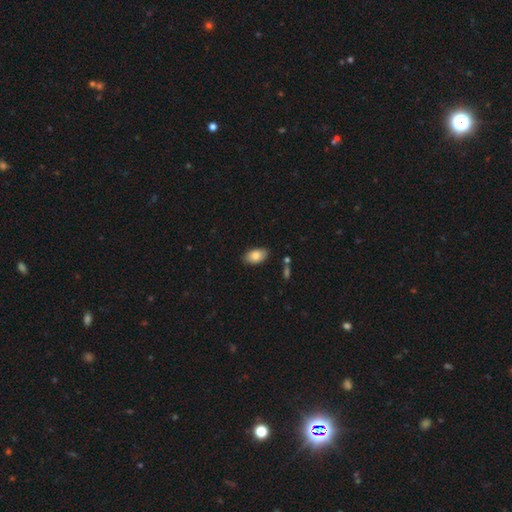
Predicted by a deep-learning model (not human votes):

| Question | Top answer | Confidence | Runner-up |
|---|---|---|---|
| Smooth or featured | smooth | 85% | featured or disk (8%) |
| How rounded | in between | 93% | round (6%) |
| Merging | none | 85% | minor disturbance (11%) |